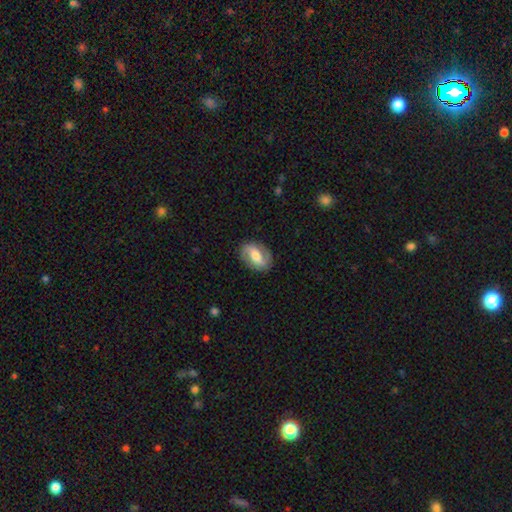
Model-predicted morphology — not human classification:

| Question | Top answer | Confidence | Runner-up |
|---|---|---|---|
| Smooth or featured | featured or disk | 64% | smooth (30%) |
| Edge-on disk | no | 96% | yes (4%) |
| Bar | weak | 41% | strong (39%) |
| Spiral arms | yes | 82% | no (18%) |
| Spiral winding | medium | 42% | loose (33%) |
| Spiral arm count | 2 | 88% | can't tell (6%) |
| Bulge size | moderate | 58% | small (22%) |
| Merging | none | 85% | minor disturbance (10%) |